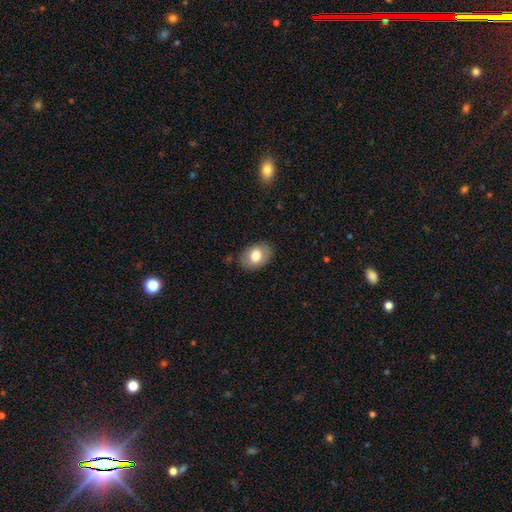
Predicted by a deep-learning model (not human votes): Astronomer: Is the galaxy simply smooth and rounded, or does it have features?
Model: smooth — 77%.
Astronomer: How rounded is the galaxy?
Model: in between — 83%.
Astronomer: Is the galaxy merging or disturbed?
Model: none — 85%.